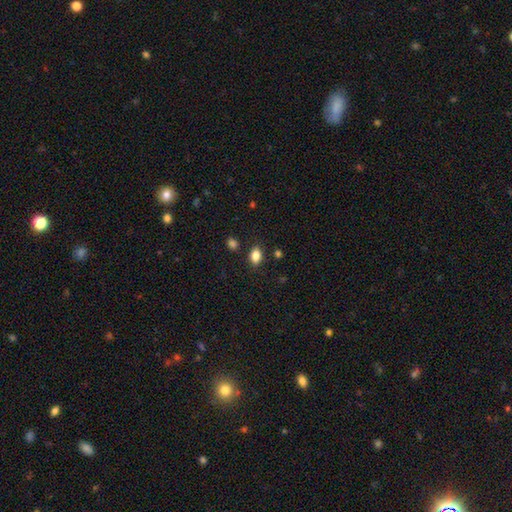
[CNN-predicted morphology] Smooth or featured? smooth (85%)
How rounded? in between (83%)
Merging? none (83%)